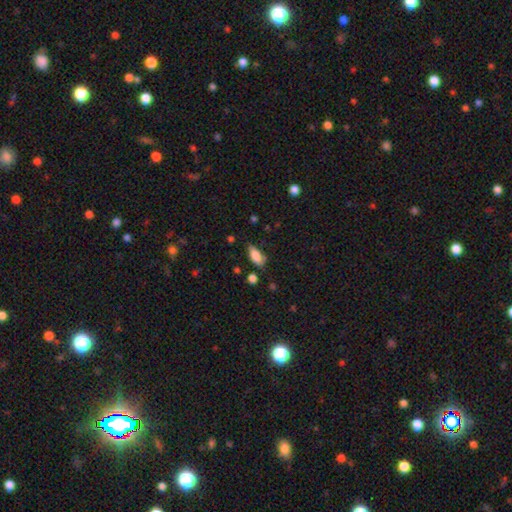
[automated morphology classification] Overall: smooth (80%). How rounded: in between (83%). Merging: none (64%; minor disturbance 27%).